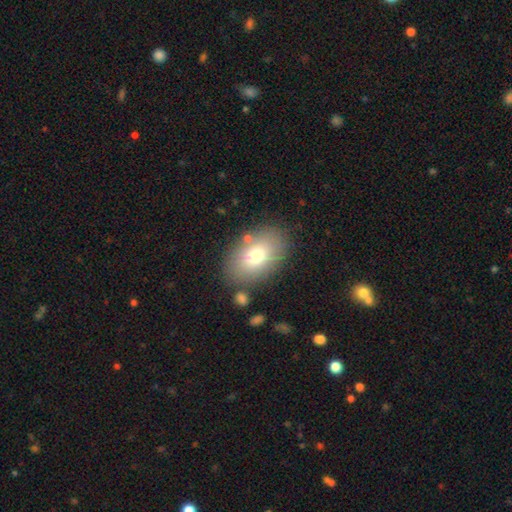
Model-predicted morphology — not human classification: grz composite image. It shows a smooth galaxy with no disk features (74%) that is in between round and cigar-shaped (87%). Merging: none (79%).